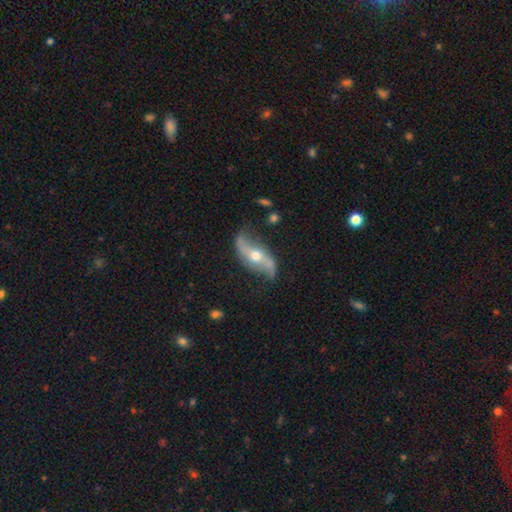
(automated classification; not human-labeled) Overall: featured or disk (83%). Edge-on disk: no (86%). Bar: no (48%; weak 27%). Spiral arms: yes (90%). Spiral arm count: 2 (92%). Spiral winding: loose (86%). Bulge size: moderate (68%). Merging: none (68%).